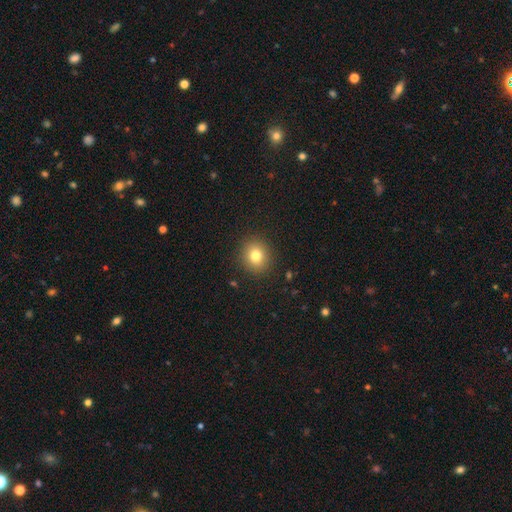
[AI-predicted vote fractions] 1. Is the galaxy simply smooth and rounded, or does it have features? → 79% smooth, 12% star or artifact, 9% featured or disk.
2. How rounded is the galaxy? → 82% round, 17% in between, 1% cigar-shaped.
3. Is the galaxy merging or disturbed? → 90% none, 6% minor disturbance, 2% major disturbance, 1% merger.